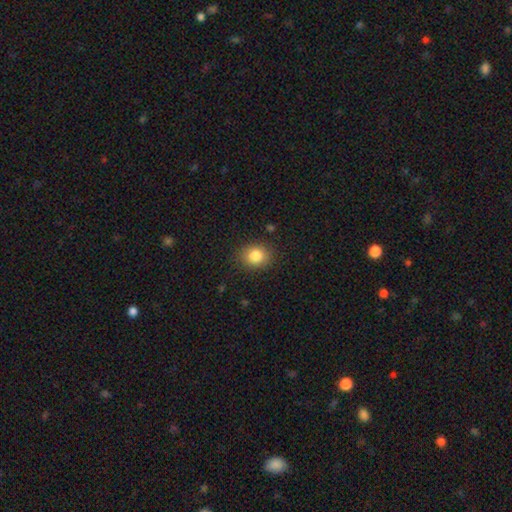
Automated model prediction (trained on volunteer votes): This appears to be a smooth galaxy with no disk features (84%) that is round (65%). Merging: none (86%).